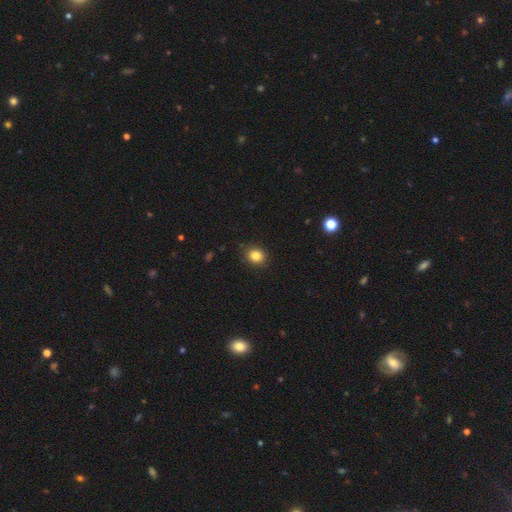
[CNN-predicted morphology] type=smooth (84%); roundness=round (68%); merging=none (88%).